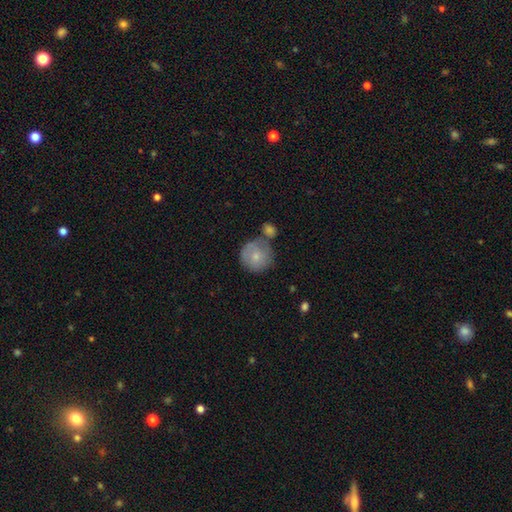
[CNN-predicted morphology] smooth-or-featured: smooth: 74% | featured or disk: 19% | star or artifact: 6%
  how-rounded: round: 92% | in between: 7% | cigar-shaped: 1%
  merging: none: 54% | merger: 23% | minor disturbance: 18% | major disturbance: 6%